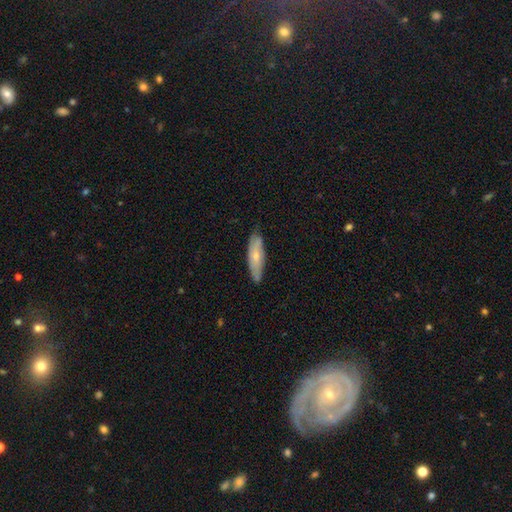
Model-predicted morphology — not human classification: smooth 53%, featured or disk 41%, star or artifact 6%. Down the decision tree: how rounded — cigar-shaped (57%); merging — none (77%).